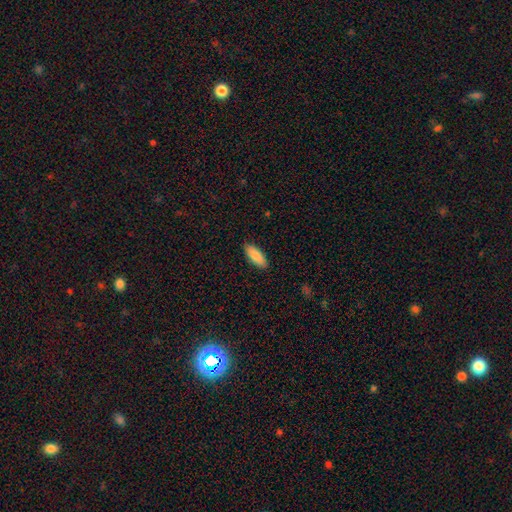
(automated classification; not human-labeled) Smooth or featured? Predicted: smooth (p=0.85). How rounded? Predicted: in between (p=0.75). Merging? Predicted: none (p=0.89).